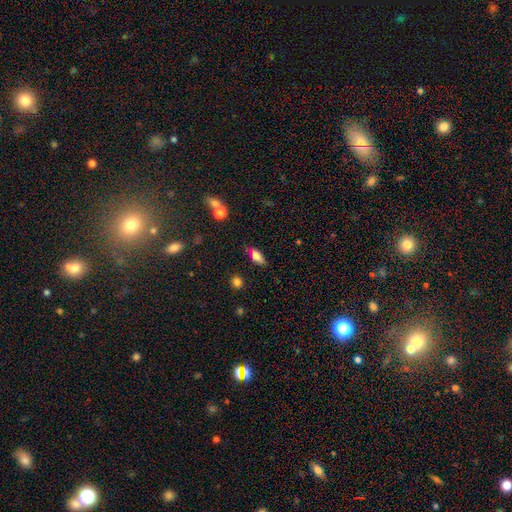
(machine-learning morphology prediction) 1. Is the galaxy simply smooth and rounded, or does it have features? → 71% smooth, 20% featured or disk, 9% star or artifact.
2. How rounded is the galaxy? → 74% in between, 21% cigar-shaped, 5% round.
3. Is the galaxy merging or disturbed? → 73% none, 18% minor disturbance, 5% major disturbance, 4% merger.